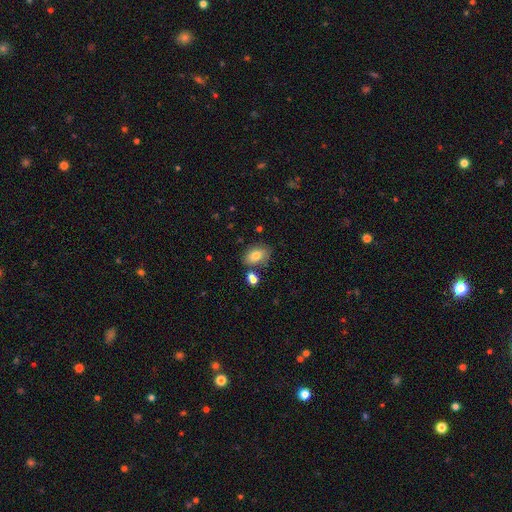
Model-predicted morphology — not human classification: Smooth or featured: smooth — 77% (featured or disk — 13%)
How rounded: in between — 86% (round — 11%)
Merging: none — 70% (minor disturbance — 15%)